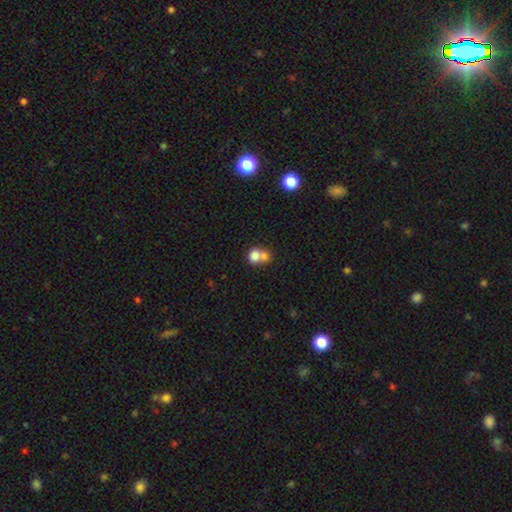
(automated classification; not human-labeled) Morphology: type=smooth (77%); roundness=round (68%); merging=merger (61%).